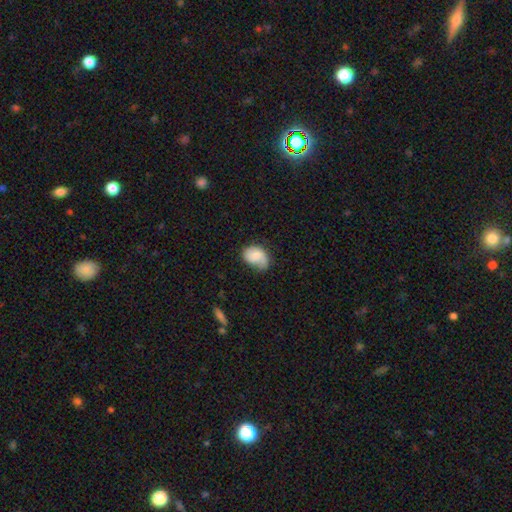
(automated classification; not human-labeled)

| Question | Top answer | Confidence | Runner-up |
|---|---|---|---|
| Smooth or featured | smooth | 68% | featured or disk (25%) |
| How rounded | in between | 73% | round (26%) |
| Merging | none | 47% | minor disturbance (36%) |